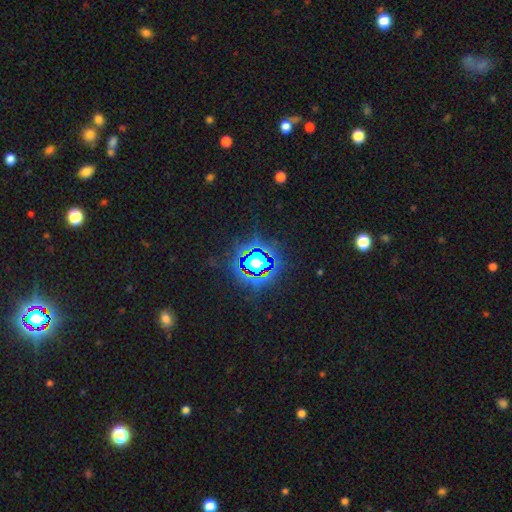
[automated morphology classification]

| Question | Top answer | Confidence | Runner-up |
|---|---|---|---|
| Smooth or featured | star or artifact | 82% | smooth (11%) |